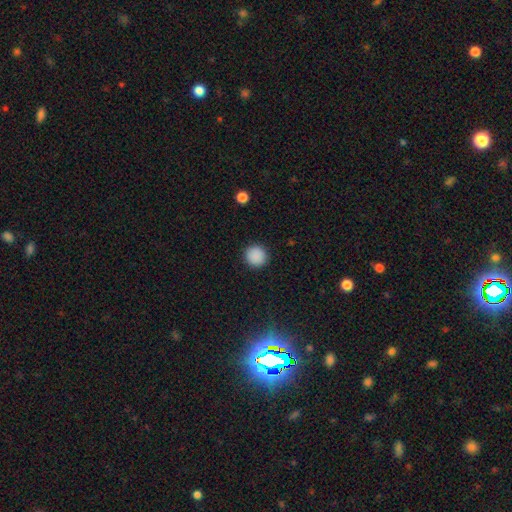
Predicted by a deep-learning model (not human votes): Overall: smooth (88%). How rounded: round (95%). Merging: none (92%).